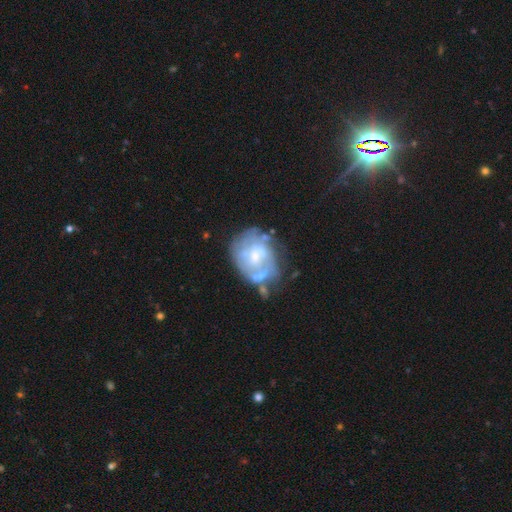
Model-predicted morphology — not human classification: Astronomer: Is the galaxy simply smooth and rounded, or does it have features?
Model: featured or disk — 67%.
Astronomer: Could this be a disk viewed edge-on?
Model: no — 98%.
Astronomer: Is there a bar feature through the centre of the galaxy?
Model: no — 66%.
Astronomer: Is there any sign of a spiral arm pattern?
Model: no — 58% (runner-up: yes, 42%).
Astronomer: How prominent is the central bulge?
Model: small — 41% (runner-up: moderate, 35%).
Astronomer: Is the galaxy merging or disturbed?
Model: none — 42% (runner-up: minor disturbance, 24%).